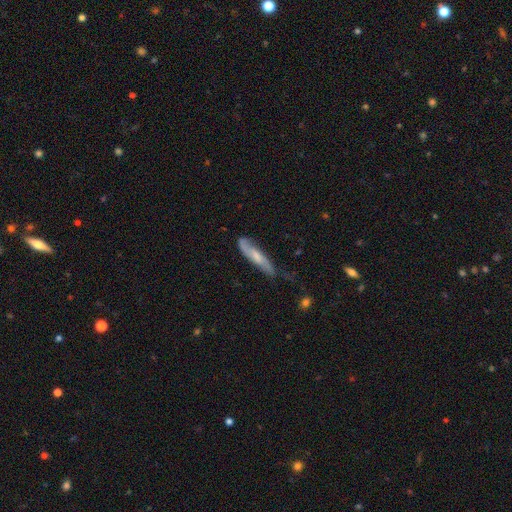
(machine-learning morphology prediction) Smooth or featured? Predicted: featured or disk (p=0.48). Merging? Predicted: none (p=0.58).